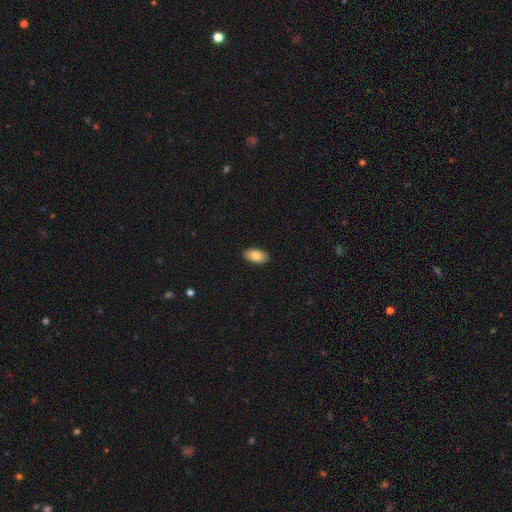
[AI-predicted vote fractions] smooth_or_featured: smooth (p=0.80) [alt: featured or disk p=0.13]
how_rounded: in between (p=0.94) [alt: round p=0.03]
merging: none (p=0.90) [alt: minor disturbance p=0.08]